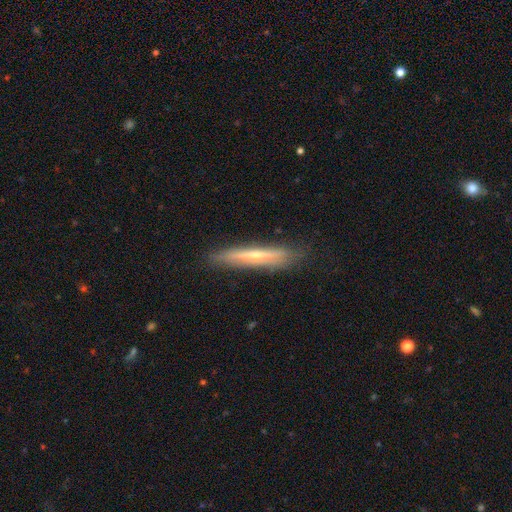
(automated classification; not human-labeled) Morphology: type=featured or disk (60%); edge-on=yes (90%); edge-on bulge=rounded (64%); merging=none (83%).